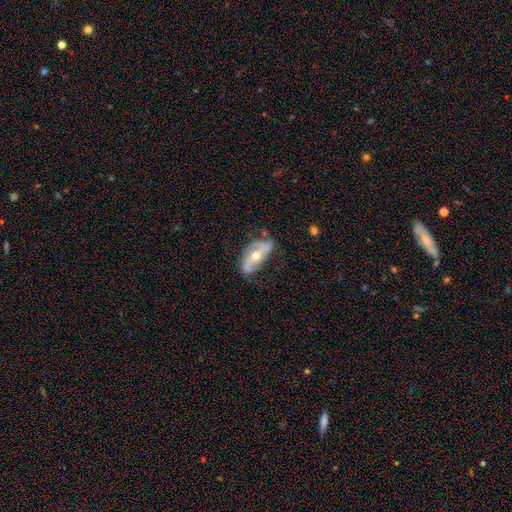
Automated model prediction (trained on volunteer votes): This appears to be a featured or disk galaxy (77%) with no bar (44%), 2 (80%) loose (49%) spiral arms (85%) and a moderate central bulge (66%). Merging: none (57%).